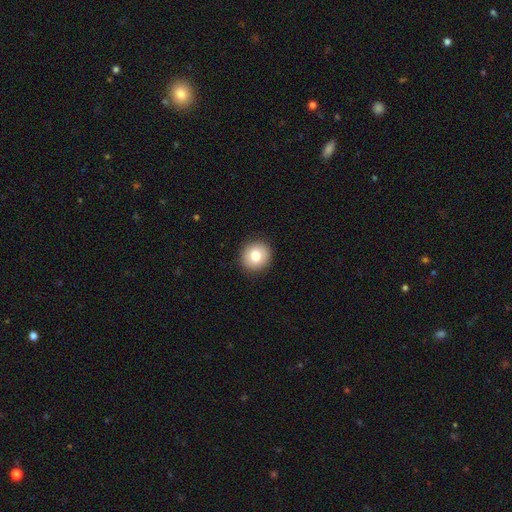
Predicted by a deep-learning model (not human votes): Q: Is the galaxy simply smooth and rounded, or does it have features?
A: smooth — 79%.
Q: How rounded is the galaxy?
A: round — 90%.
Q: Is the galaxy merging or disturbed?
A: none — 92%.